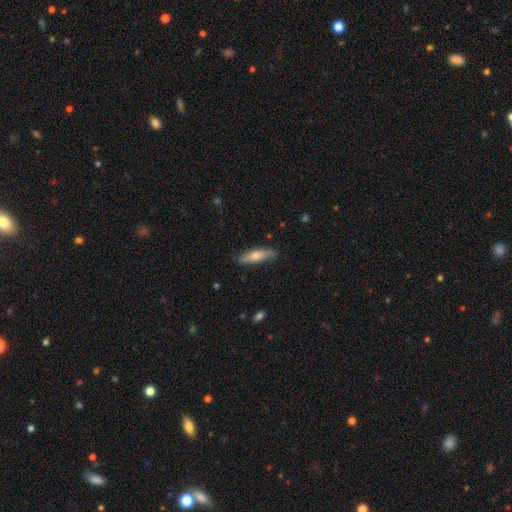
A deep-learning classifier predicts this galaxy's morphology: smooth 64%, featured or disk 30%, star or artifact 6%. Down the decision tree: how rounded — cigar-shaped (71%); merging — none (83%).